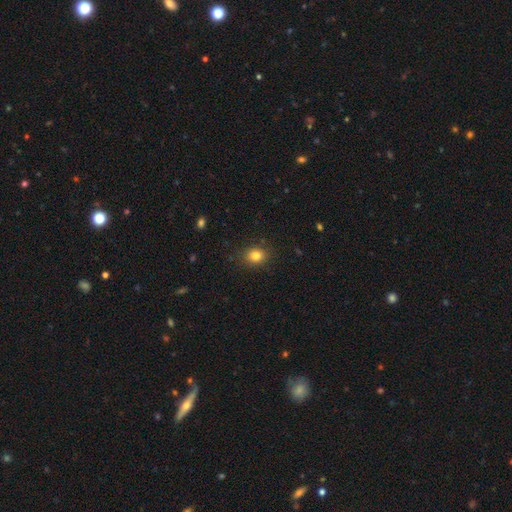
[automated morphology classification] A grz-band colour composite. It shows a smooth galaxy with no disk features (82%) that is round (53%). Merging: none (86%).